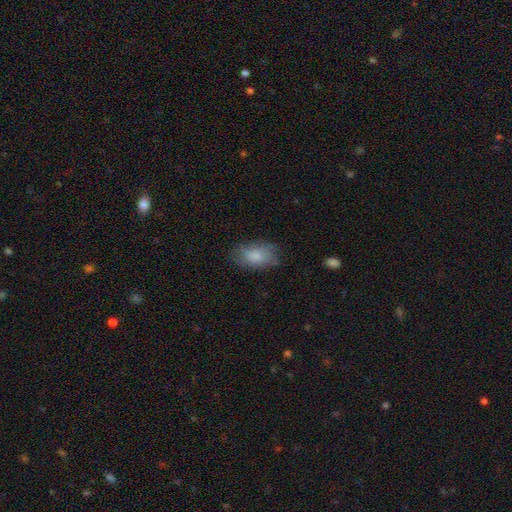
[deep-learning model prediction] smooth-or-featured: smooth: 82% | featured or disk: 11% | star or artifact: 7%
  how-rounded: in between: 90% | round: 8% | cigar-shaped: 2%
  merging: none: 67% | minor disturbance: 24% | major disturbance: 8% | merger: 2%